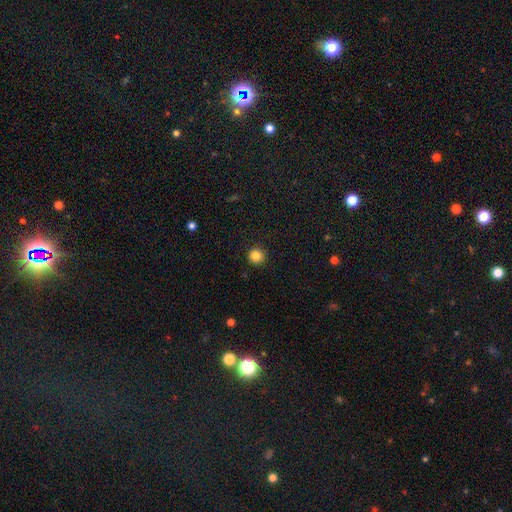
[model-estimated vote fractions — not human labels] A smooth galaxy with no disk features (85%) that is round (94%).

Vote fractions:
- Smooth or featured? smooth: 85% / star or artifact: 11% / featured or disk: 4%
- How rounded? round: 94% / in between: 5% / cigar-shaped: 1%
- Merging? none: 92% / minor disturbance: 5% / major disturbance: 2% / merger: 1%